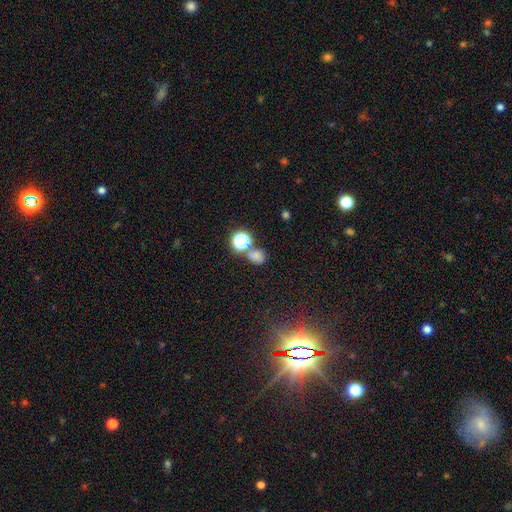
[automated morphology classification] The model was most divided on "how rounded": round: 66%, in between: 33%, cigar-shaped: 1%. More confident: smooth or featured — smooth (68%); merging — none (60%).